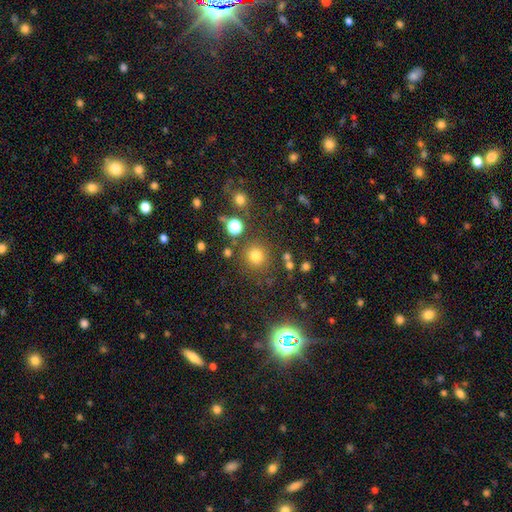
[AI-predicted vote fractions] The model was most divided on "smooth or featured": smooth: 75%, star or artifact: 19%, featured or disk: 6%. More confident: how rounded — round (92%); merging — none (82%).